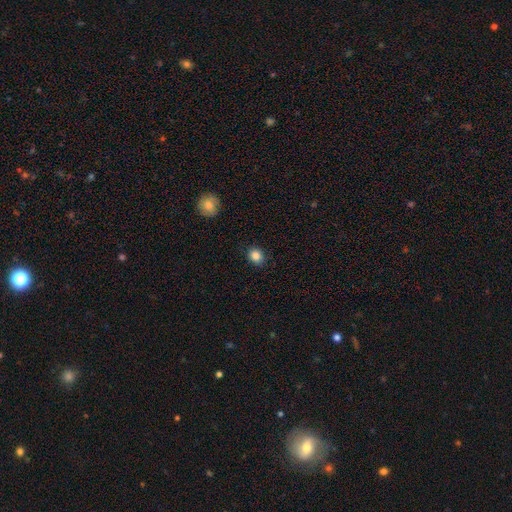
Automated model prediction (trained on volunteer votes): Morphology: type=smooth (85%); roundness=round (64%); merging=none (87%).